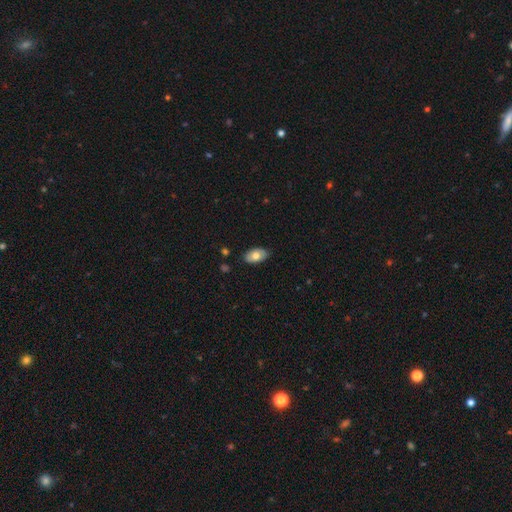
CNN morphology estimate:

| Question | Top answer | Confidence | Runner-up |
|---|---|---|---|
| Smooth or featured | smooth | 69% | featured or disk (24%) |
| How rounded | in between | 93% | round (5%) |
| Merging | none | 84% | minor disturbance (12%) |